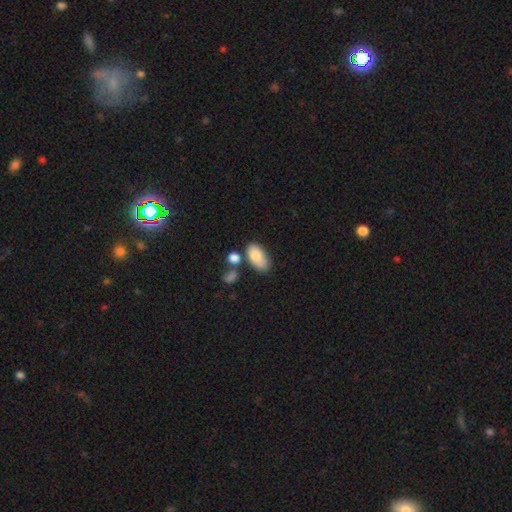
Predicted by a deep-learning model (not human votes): The model was most divided on "merging": none: 56%, minor disturbance: 21%, merger: 17%, major disturbance: 7%. More confident: how rounded — in between (93%); smooth or featured — smooth (80%).